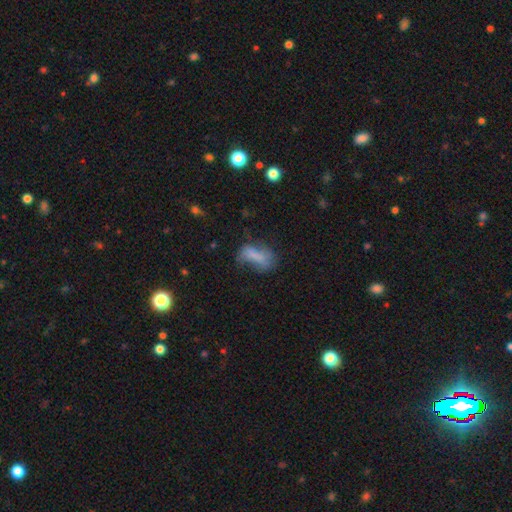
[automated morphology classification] smooth 65%, featured or disk 23%, star or artifact 13%. Down the decision tree: how rounded — in between (79%); merging — none (34%).